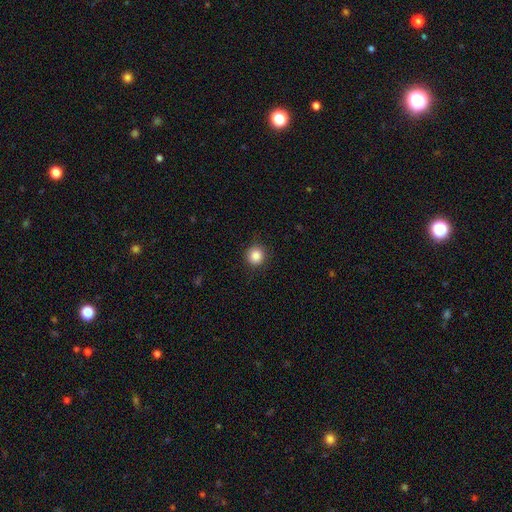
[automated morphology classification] A smooth galaxy with no disk features (86%) that is round (93%).

Vote fractions:
- Smooth or featured? smooth: 86% / star or artifact: 10% / featured or disk: 4%
- How rounded? round: 93% / in between: 6% / cigar-shaped: 1%
- Merging? none: 89% / minor disturbance: 8% / major disturbance: 2% / merger: 1%